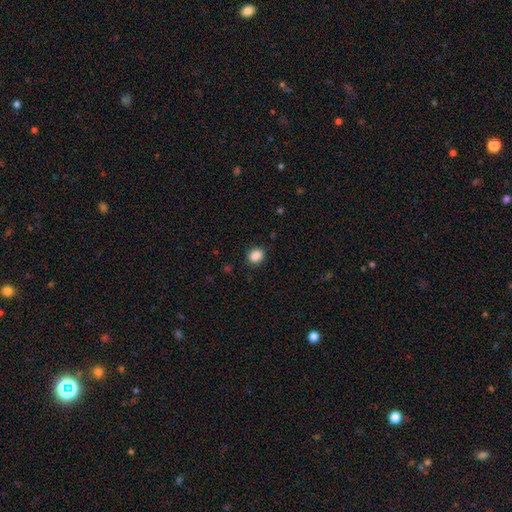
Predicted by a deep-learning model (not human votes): A smooth galaxy with no disk features (88%) that is round (55%).

Vote fractions:
- Smooth or featured? smooth: 88% / star or artifact: 9% / featured or disk: 3%
- How rounded? round: 55% / in between: 45% / cigar-shaped: 1%
- Merging? none: 85% / minor disturbance: 11% / major disturbance: 3% / merger: 1%